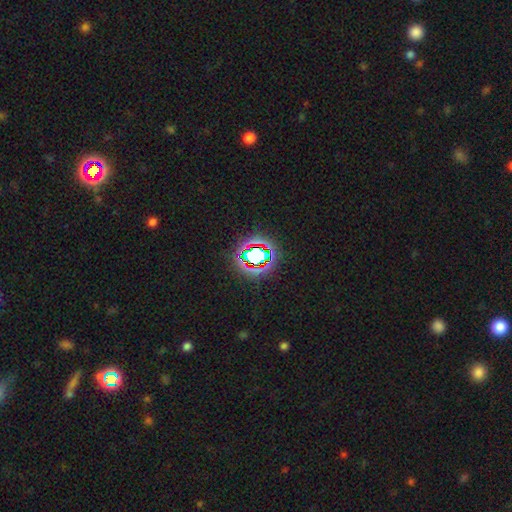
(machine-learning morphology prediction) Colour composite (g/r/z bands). It shows a star or artifact, not a galaxy (69%).